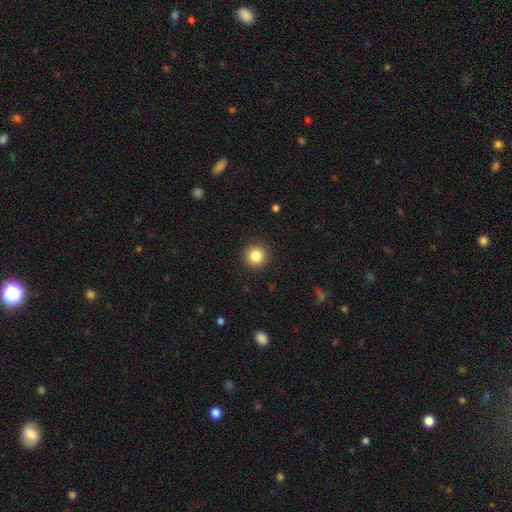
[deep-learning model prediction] A smooth galaxy with no disk features (85%) that is round (95%).

Vote fractions:
- Smooth or featured? smooth: 85% / star or artifact: 10% / featured or disk: 5%
- How rounded? round: 95% / in between: 4% / cigar-shaped: 1%
- Merging? none: 92% / minor disturbance: 5% / major disturbance: 2% / merger: 1%